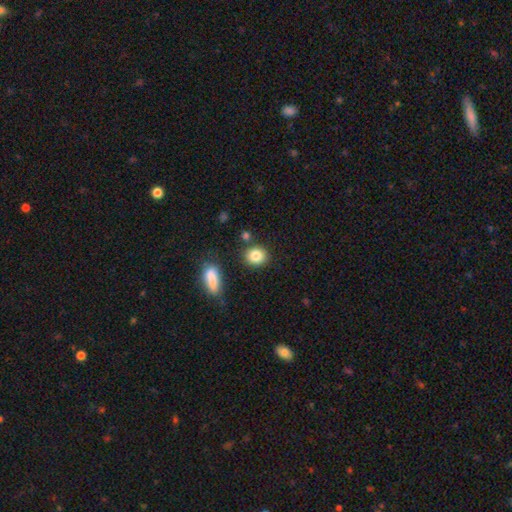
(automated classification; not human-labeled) smooth-or-featured: smooth: 85% | star or artifact: 9% | featured or disk: 6%
  how-rounded: round: 75% | in between: 24% | cigar-shaped: 2%
  merging: none: 81% | minor disturbance: 9% | merger: 7% | major disturbance: 3%